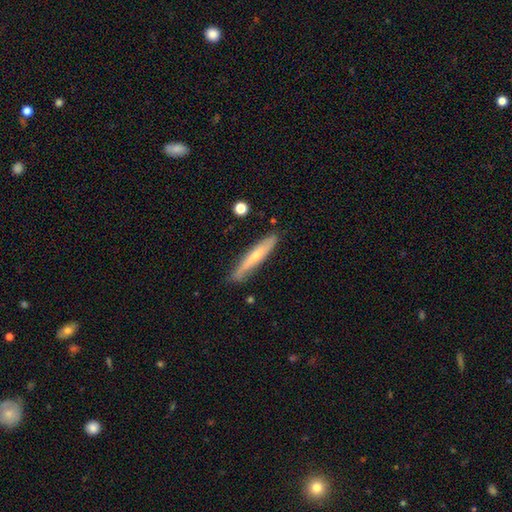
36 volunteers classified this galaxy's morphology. Volunteers were most divided on "smooth or featured": smooth: 53%, featured or disk: 42%, star or artifact: 6%. More confident: how rounded — cigar-shaped (79%); merging — none (65%).